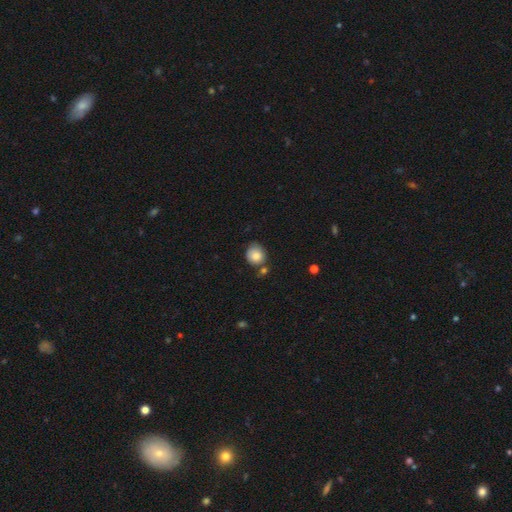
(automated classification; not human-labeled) A smooth galaxy with no disk features (84%) that is round (79%). Merging: none (62%).